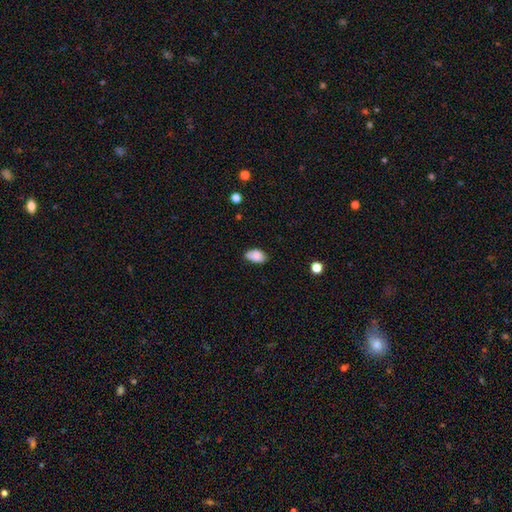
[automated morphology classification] Q: Smooth or featured?
A: smooth (85%); runner-up: star or artifact (8%)
Q: How rounded?
A: in between (91%); runner-up: round (7%)
Q: Merging?
A: none (70%); runner-up: minor disturbance (24%)